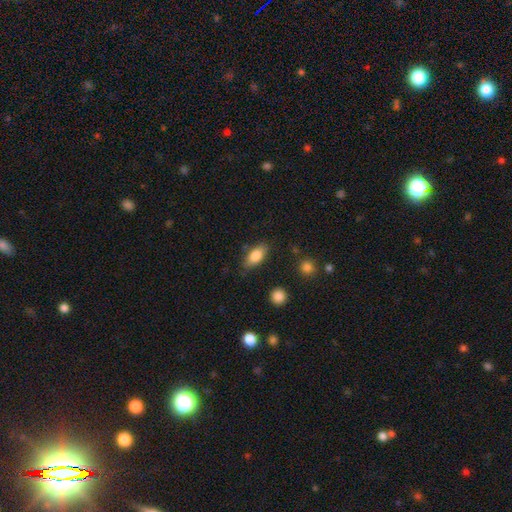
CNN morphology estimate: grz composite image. It shows a smooth galaxy with no disk features (82%) that is in between round and cigar-shaped (87%). Merging: none (79%).